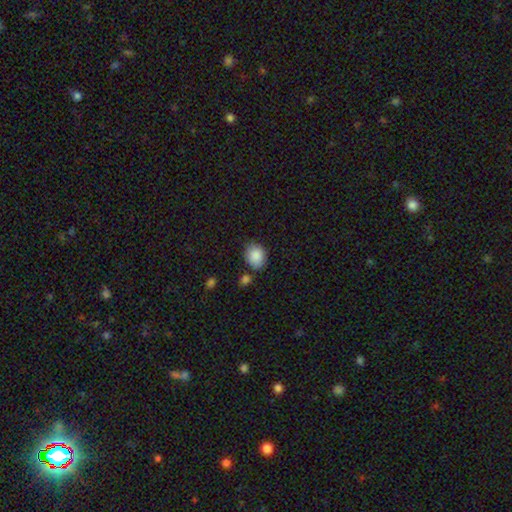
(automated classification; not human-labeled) Q: Smooth or featured?
A: smooth (88%); runner-up: star or artifact (7%)
Q: How rounded?
A: round (53%); runner-up: in between (47%)
Q: Merging?
A: none (73%); runner-up: minor disturbance (16%)